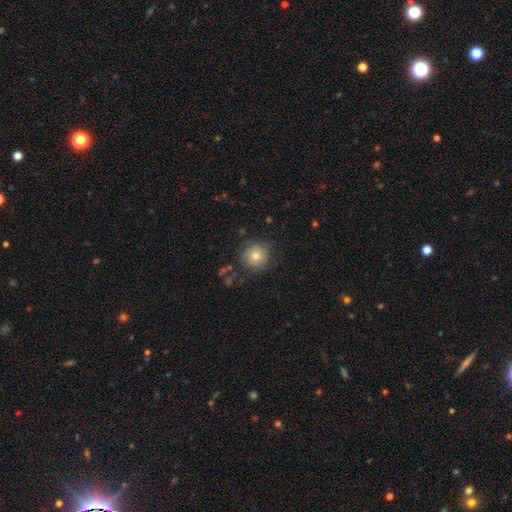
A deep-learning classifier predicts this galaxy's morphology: Smooth or featured? smooth (71%)
How rounded? round (92%)
Merging? none (80%)